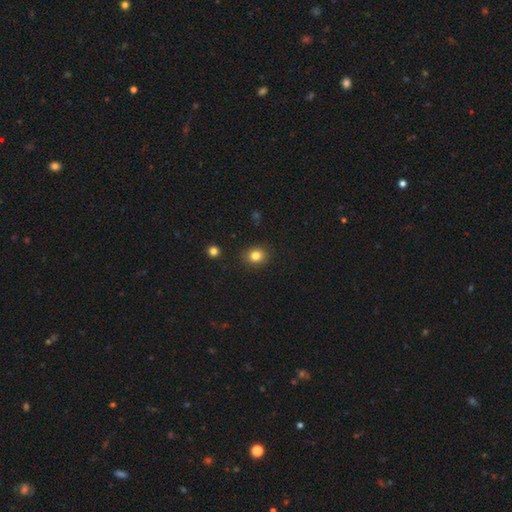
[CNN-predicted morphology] Smooth or featured? Predicted: smooth (p=0.82). How rounded? Predicted: round (p=0.69). Merging? Predicted: none (p=0.89).